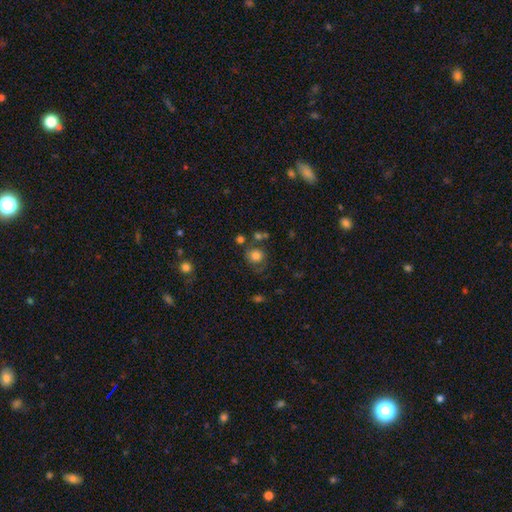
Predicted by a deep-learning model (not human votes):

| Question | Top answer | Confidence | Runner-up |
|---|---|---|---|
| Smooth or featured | smooth | 76% | featured or disk (12%) |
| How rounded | round | 83% | in between (16%) |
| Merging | none | 61% | minor disturbance (19%) |